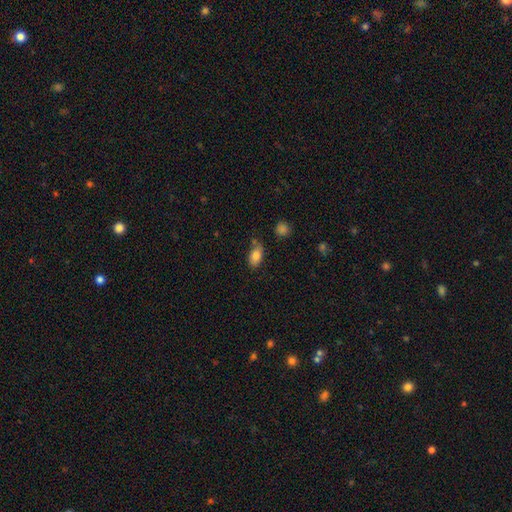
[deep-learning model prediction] Smooth or featured? Predicted: smooth (p=0.83). How rounded? Predicted: in between (p=0.91). Merging? Predicted: none (p=0.71).